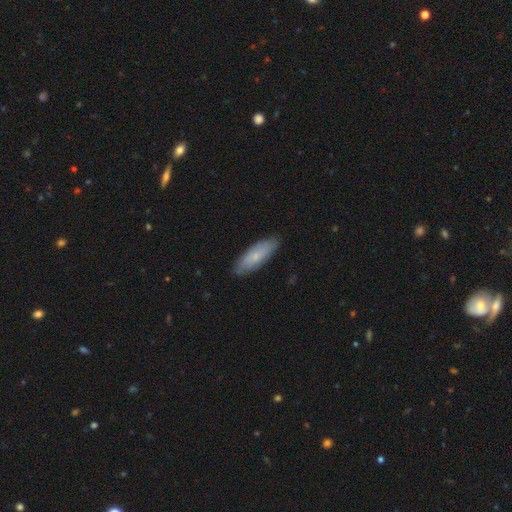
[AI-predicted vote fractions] Smooth or featured?
  - smooth: 65% *
  - featured or disk: 29%
  - star or artifact: 6%
How rounded?
  - in between: 58% *
  - cigar-shaped: 40%
  - round: 2%
Merging?
  - none: 85% *
  - minor disturbance: 12%
  - major disturbance: 2%
  - merger: 1%